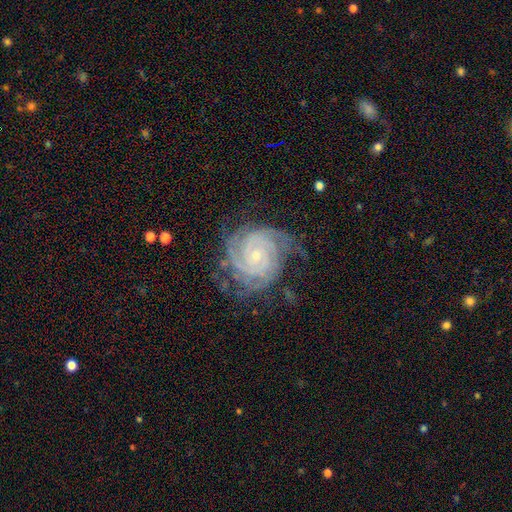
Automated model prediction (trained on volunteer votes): Smooth or featured?
  - featured or disk: 90% *
  - star or artifact: 6%
  - smooth: 4%
Edge-on disk?
  - no: 98% *
  - yes: 2%
Bar?
  - no: 71% *
  - weak: 21%
  - strong: 8%
Spiral arms?
  - yes: 99% *
  - no: 1%
Spiral winding?
  - tight: 81% *
  - medium: 17%
  - loose: 2%
Spiral arm count?
  - 3: 28% *
  - 4: 23%
  - 2: 20%
  - can't tell: 15%
  - more than 4: 9%
  - 1: 6%
Bulge size?
  - small: 78% *
  - moderate: 19%
  - none: 2%
  - large: 1%
  - dominant: 1%
Merging?
  - none: 71% *
  - minor disturbance: 20%
  - major disturbance: 8%
  - merger: 2%